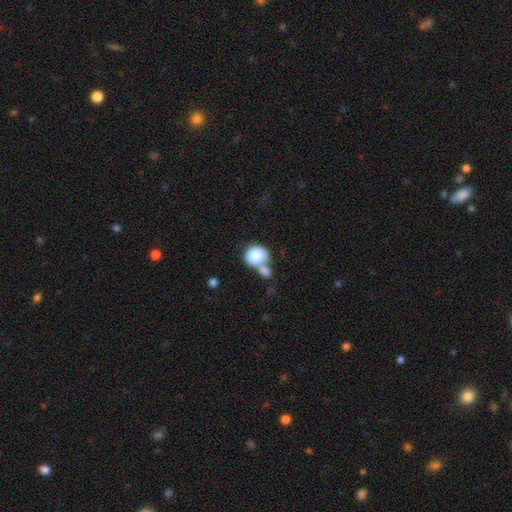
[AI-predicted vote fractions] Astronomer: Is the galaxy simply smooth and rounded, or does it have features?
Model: smooth — 81%.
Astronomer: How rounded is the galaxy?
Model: round — 63%.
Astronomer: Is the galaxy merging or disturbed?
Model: merger — 58%.